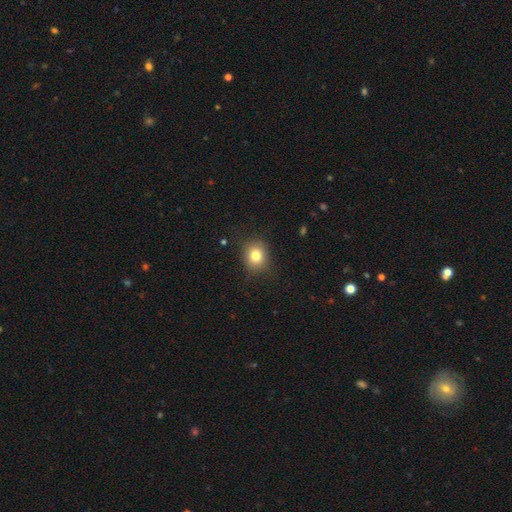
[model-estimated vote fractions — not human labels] smooth-or-featured: smooth: 80% | star or artifact: 11% | featured or disk: 9%
  how-rounded: round: 70% | in between: 29% | cigar-shaped: 1%
  merging: none: 84% | minor disturbance: 12% | major disturbance: 3% | merger: 1%